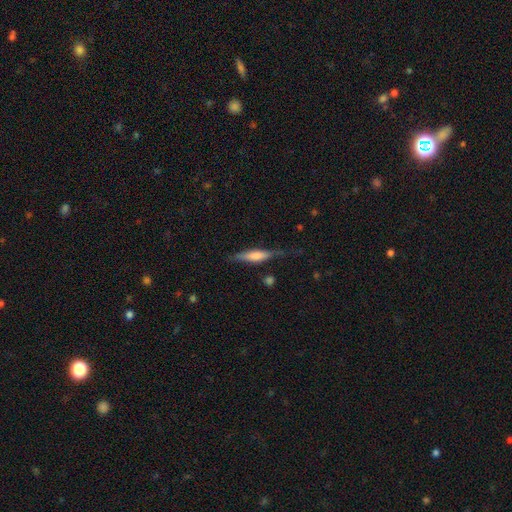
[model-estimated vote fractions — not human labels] The model was most divided on "smooth or featured": featured or disk: 50%, smooth: 44%, star or artifact: 6%. More confident: merging — none (72%).